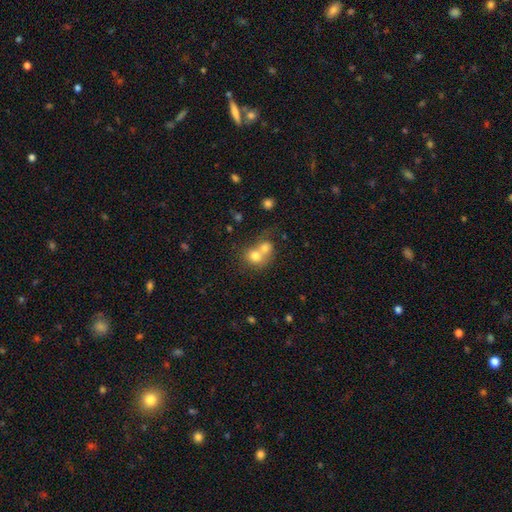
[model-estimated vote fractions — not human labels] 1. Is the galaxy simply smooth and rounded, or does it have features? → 73% smooth, 17% featured or disk, 10% star or artifact.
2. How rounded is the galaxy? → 72% round, 27% in between, 1% cigar-shaped.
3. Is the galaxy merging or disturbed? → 69% merger, 23% none, 5% minor disturbance, 3% major disturbance.